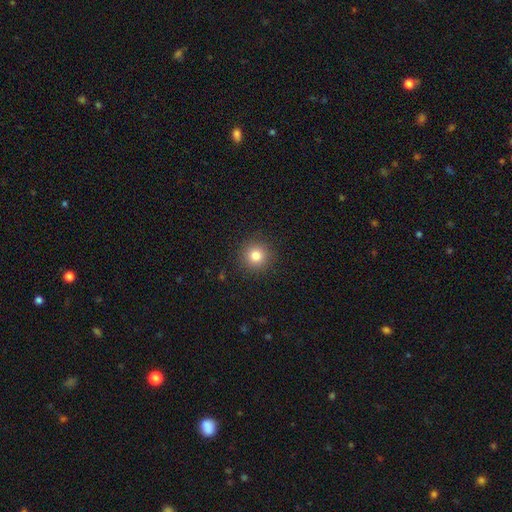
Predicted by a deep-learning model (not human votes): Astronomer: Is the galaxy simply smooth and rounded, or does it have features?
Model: smooth — 82%.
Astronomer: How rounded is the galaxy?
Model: round — 94%.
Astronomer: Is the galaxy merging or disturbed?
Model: none — 91%.